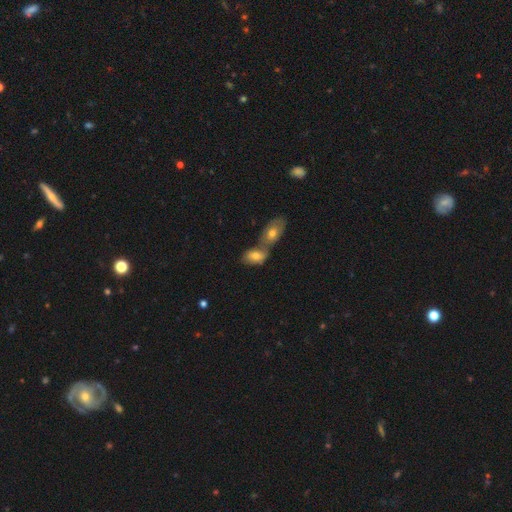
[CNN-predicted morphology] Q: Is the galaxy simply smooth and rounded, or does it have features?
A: smooth — 68%.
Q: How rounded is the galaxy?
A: in between — 88%.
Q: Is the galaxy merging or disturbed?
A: merger — 65%.